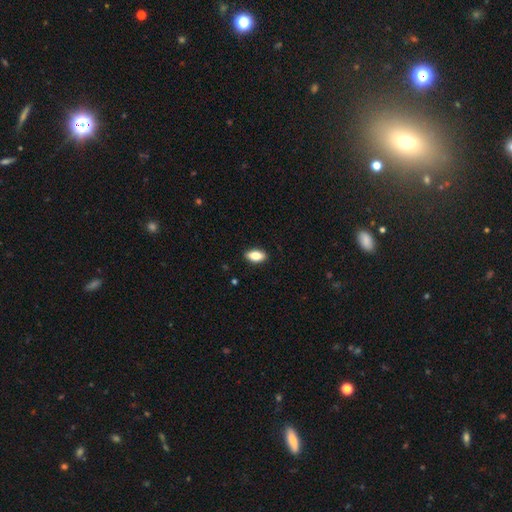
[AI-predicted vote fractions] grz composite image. It shows a smooth galaxy with no disk features (79%) that is in between round and cigar-shaped (88%). Merging: none (88%).